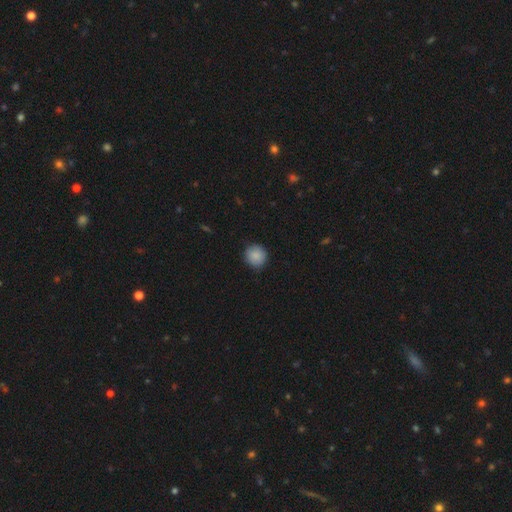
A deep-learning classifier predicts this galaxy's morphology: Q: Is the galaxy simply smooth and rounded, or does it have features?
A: smooth — 88%.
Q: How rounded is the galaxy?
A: round — 93%.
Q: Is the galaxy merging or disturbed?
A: none — 88%.